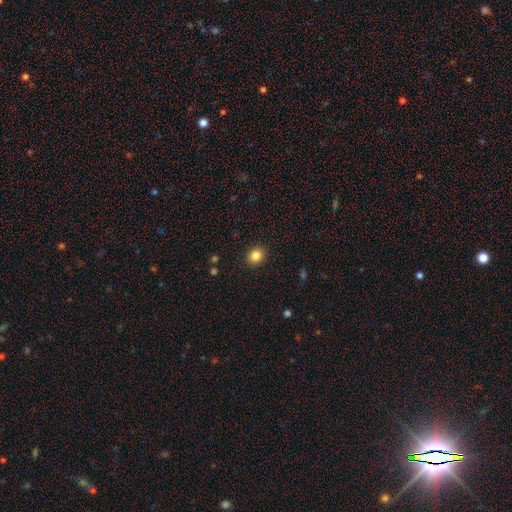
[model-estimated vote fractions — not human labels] Morphology: type=smooth (84%); roundness=round (70%); merging=none (91%).